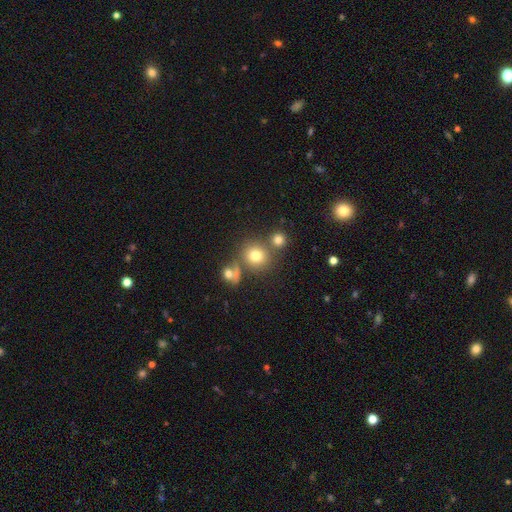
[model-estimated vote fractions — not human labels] smooth_or_featured: smooth (p=0.76) [alt: star or artifact p=0.14]
how_rounded: round (p=0.86) [alt: in between p=0.13]
merging: none (p=0.66) [alt: merger p=0.20]